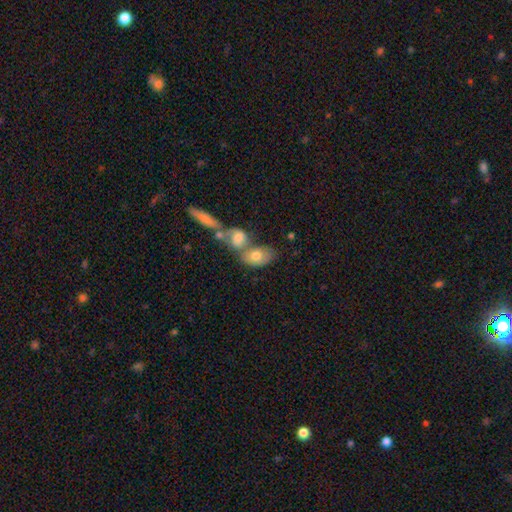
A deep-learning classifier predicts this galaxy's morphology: type=smooth (69%); roundness=in between (83%); merging=merger (54%).